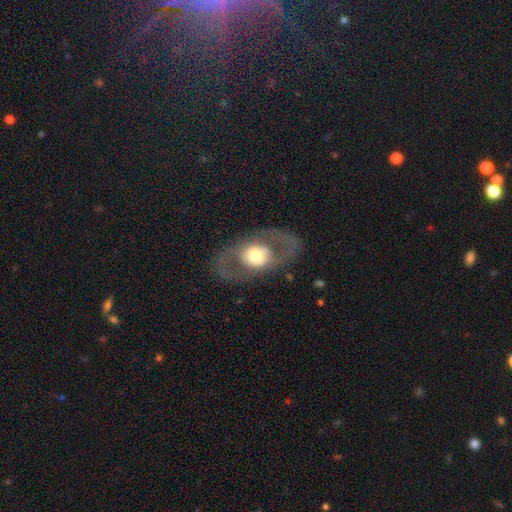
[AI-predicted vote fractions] A featured or disk galaxy (59%) with no bar (79%), no spiral arms (76%) and a moderate central bulge (49%).

Vote fractions:
- Smooth or featured? featured or disk: 59% / smooth: 35% / star or artifact: 6%
- Edge-on disk? no: 89% / yes: 11%
- Bar? no: 79% / weak: 14% / strong: 7%
- Spiral arms? no: 76% / yes: 24%
- Bulge size? moderate: 49% / large: 37% / dominant: 7% / small: 6% / none: 1%
- Merging? none: 78% / minor disturbance: 10% / major disturbance: 10% / merger: 1%